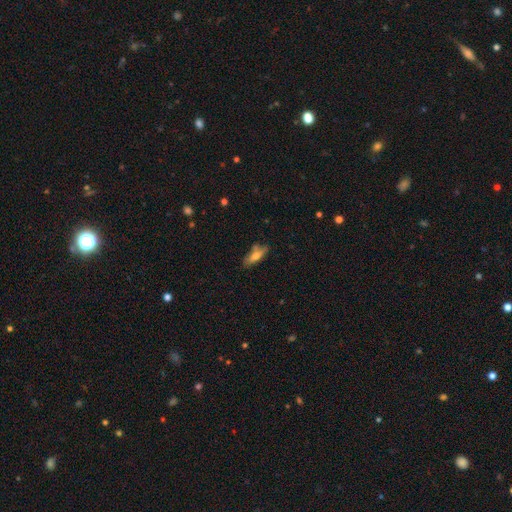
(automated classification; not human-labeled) A smooth galaxy with no disk features (61%) that is cigar-shaped (49%).

Vote fractions:
- Smooth or featured? smooth: 61% / featured or disk: 30% / star or artifact: 8%
- How rounded? cigar-shaped: 49% / in between: 48% / round: 3%
- Merging? none: 66% / minor disturbance: 22% / major disturbance: 6% / merger: 6%